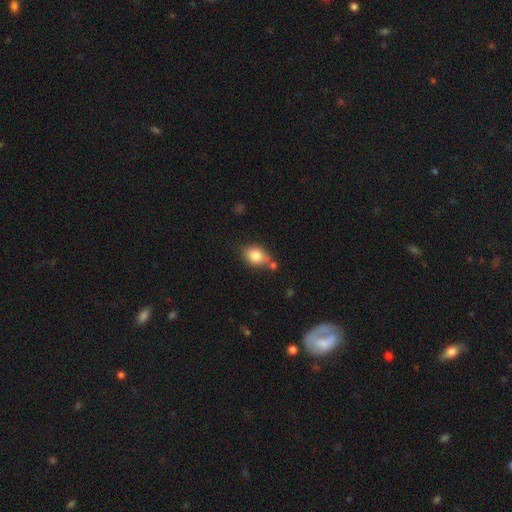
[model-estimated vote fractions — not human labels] Morphology: type=smooth (82%); roundness=in between (67%); merging=none (58%).